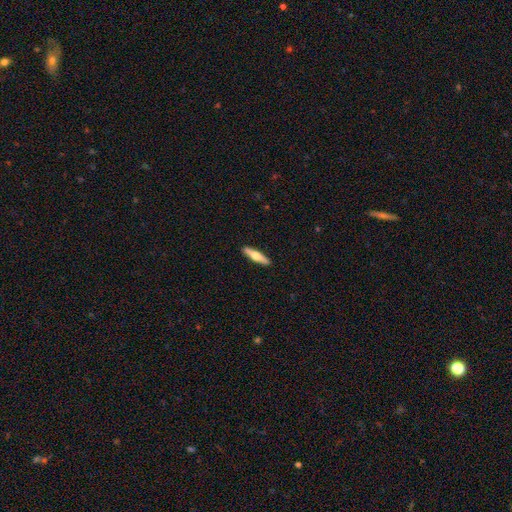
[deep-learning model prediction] Smooth or featured? Predicted: featured or disk (p=0.48). Merging? Predicted: none (p=0.91).